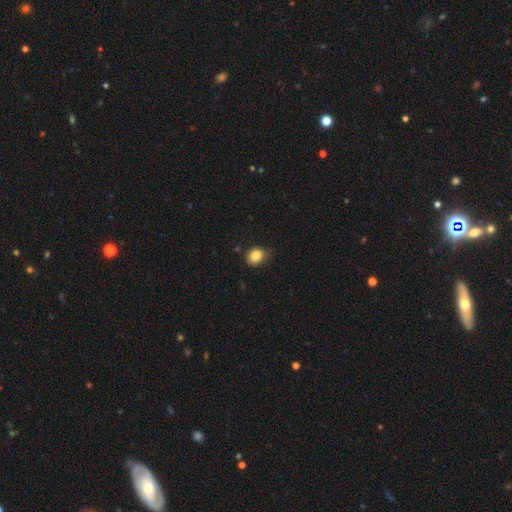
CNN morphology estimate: Smooth or featured? smooth (84%)
How rounded? in between (51%)
Merging? none (77%)